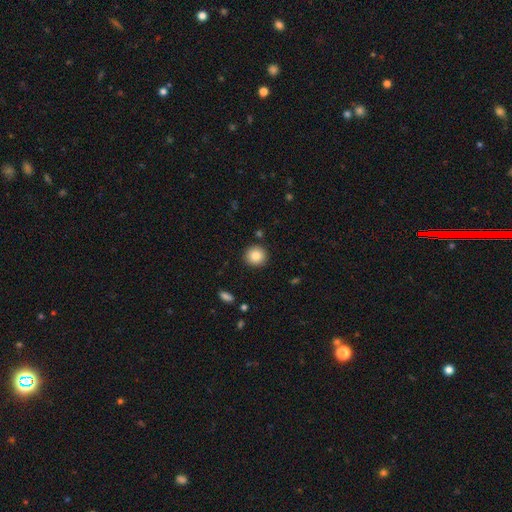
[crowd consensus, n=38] smooth-or-featured: smooth: 89% | star or artifact: 8% | featured or disk: 3%
  how-rounded: round: 94% | in between: 6% | cigar-shaped: 0%
  merging: none: 94% | minor disturbance: 6% | major disturbance: 0% | merger: 0%